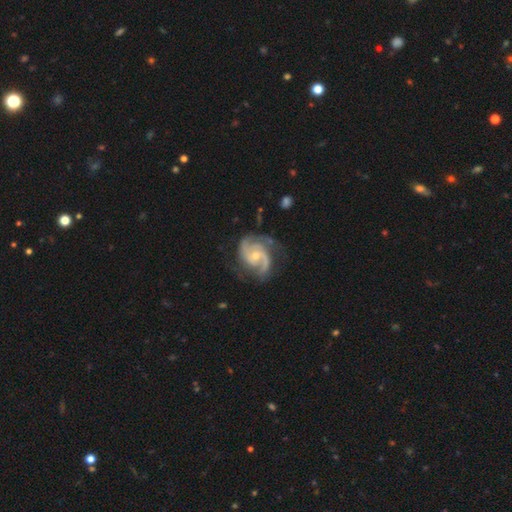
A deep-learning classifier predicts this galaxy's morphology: Smooth or featured: featured or disk — 92% (smooth — 4%)
Edge-on disk: no — 98% (yes — 2%)
Bar: no — 61% (weak — 33%)
Spiral arms: yes — 98% (no — 2%)
Spiral winding: medium — 51% (tight — 37%)
Spiral arm count: 2 — 66% (3 — 19%)
Bulge size: small — 52% (moderate — 44%)
Merging: none — 68% (minor disturbance — 21%)